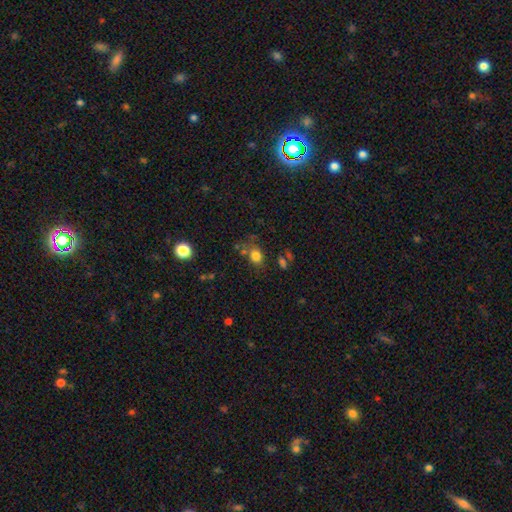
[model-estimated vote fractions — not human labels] Overall: smooth (78%). How rounded: in between (50%; round 49%). Merging: none (63%).